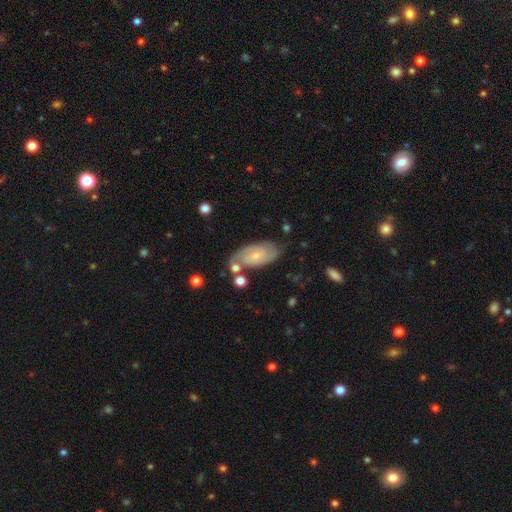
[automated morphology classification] Overall: featured or disk (68%). Edge-on disk: no (94%). Bar: no (66%; weak 29%). Spiral arms: yes (91%). Spiral arm count: 2 (72%). Spiral winding: tight (50%; medium 38%). Bulge size: small (71%). Merging: none (66%).